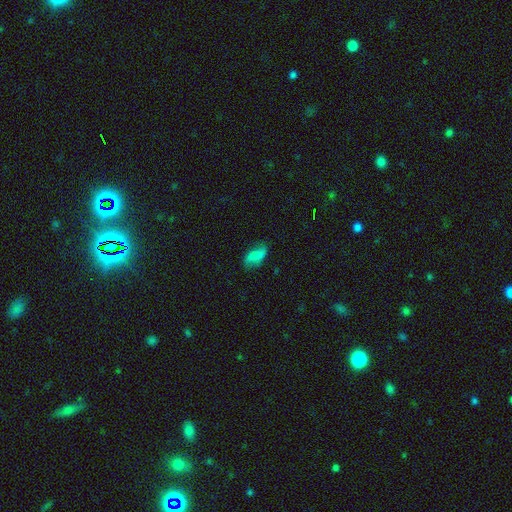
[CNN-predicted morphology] Overall: smooth (60%; featured or disk 30%). How rounded: in between (87%). Merging: none (66%).